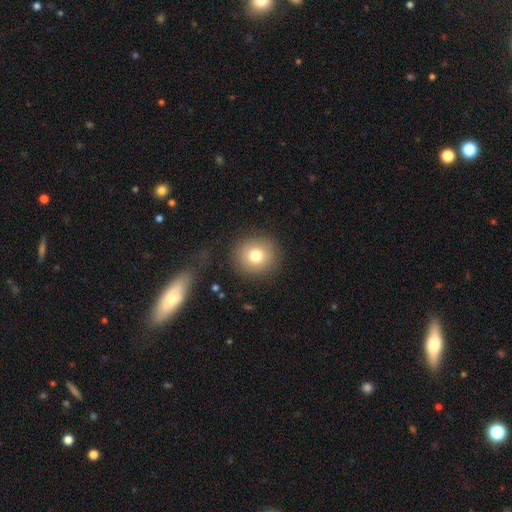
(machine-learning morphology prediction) Smooth or featured? smooth (77%)
How rounded? round (89%)
Merging? none (86%)